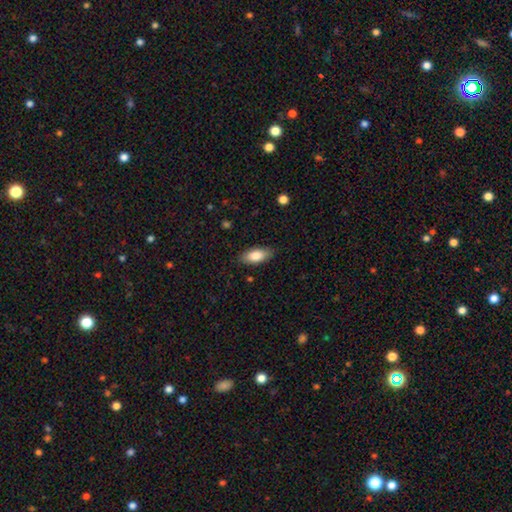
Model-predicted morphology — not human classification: Smooth or featured? smooth (82%)
How rounded? in between (87%)
Merging? none (86%)